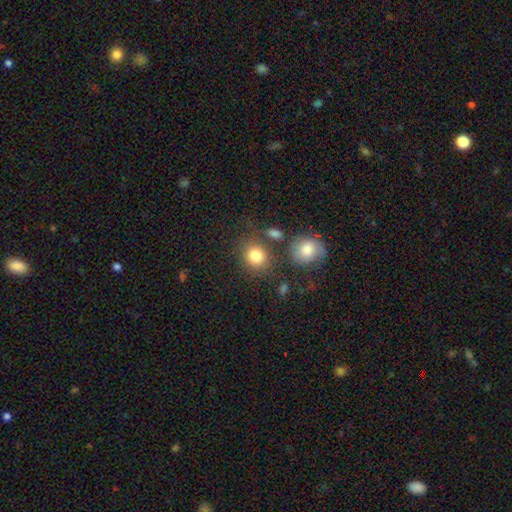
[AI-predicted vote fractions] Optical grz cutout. It shows a smooth galaxy with no disk features (82%) that is round (76%). Merging: none (72%).